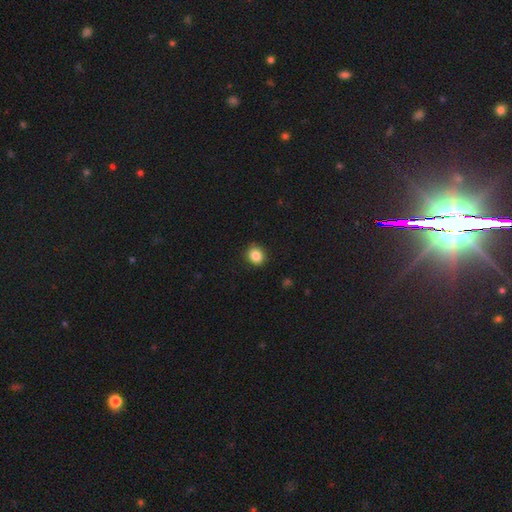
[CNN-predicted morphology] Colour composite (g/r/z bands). It shows a smooth galaxy with no disk features (86%) that is round (67%). Merging: none (90%).